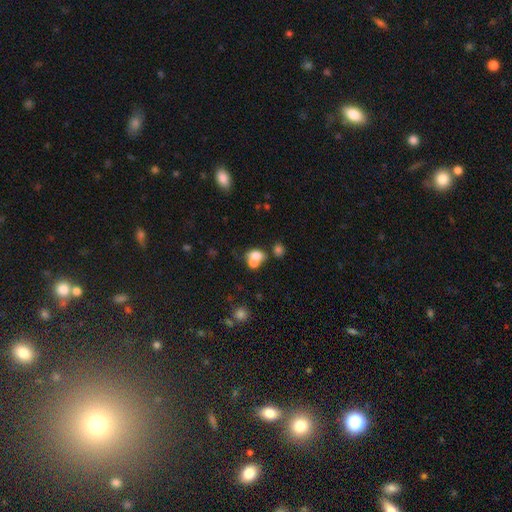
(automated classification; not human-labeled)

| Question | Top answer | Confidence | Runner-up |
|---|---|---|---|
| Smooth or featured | smooth | 70% | featured or disk (18%) |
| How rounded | in between | 63% | round (35%) |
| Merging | merger | 58% | none (27%) |